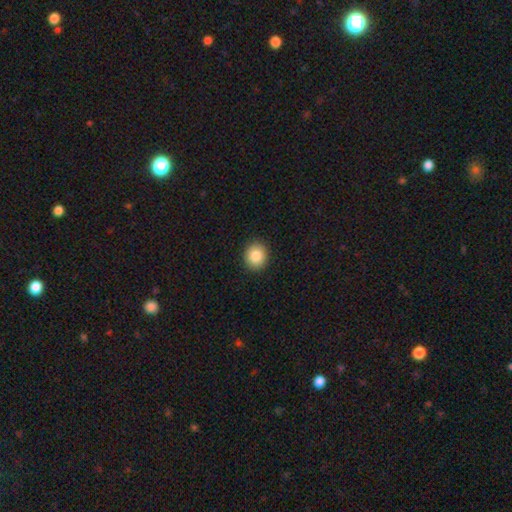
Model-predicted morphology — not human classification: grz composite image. It shows a smooth galaxy with no disk features (86%) that is round (77%). Merging: none (91%).